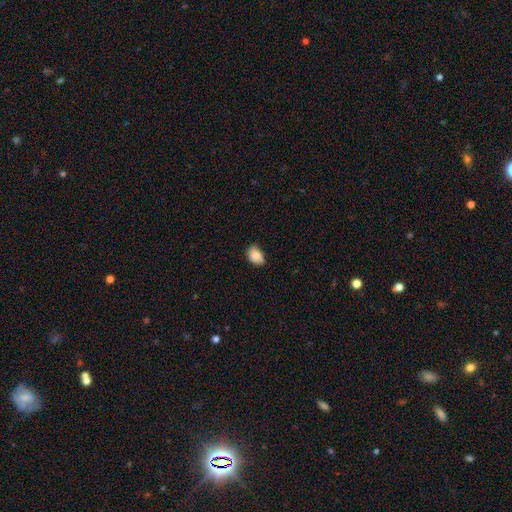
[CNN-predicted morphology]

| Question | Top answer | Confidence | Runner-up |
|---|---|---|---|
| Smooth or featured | smooth | 86% | star or artifact (8%) |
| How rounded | in between | 78% | round (21%) |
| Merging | none | 67% | minor disturbance (28%) |